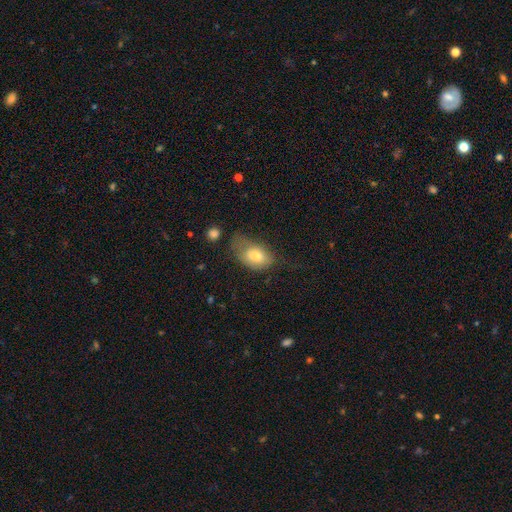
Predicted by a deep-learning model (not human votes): A smooth galaxy with no disk features (73%) that is in between round and cigar-shaped (87%). Merging: minor disturbance (35%).